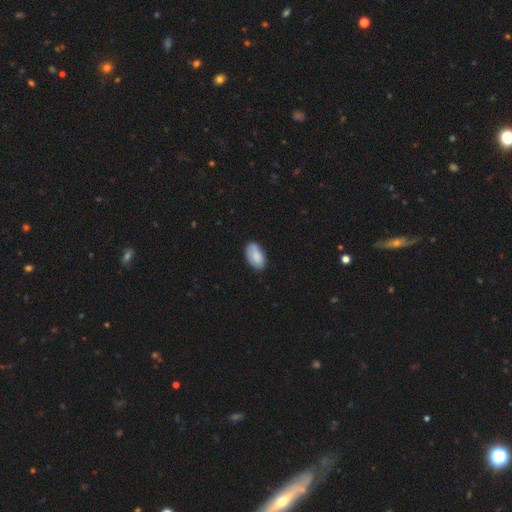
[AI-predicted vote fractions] smooth-or-featured: smooth: 83% | featured or disk: 11% | star or artifact: 6%
  how-rounded: in between: 94% | round: 4% | cigar-shaped: 2%
  merging: none: 74% | minor disturbance: 21% | major disturbance: 3% | merger: 2%